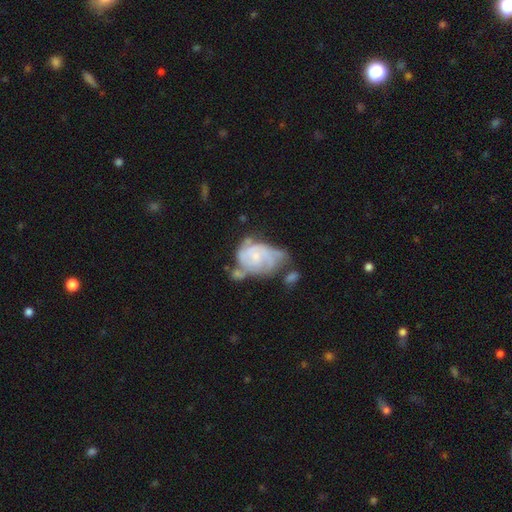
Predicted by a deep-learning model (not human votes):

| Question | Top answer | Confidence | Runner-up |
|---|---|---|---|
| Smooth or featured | featured or disk | 72% | smooth (22%) |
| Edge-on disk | no | 98% | yes (2%) |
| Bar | no | 71% | weak (25%) |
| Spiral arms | yes | 82% | no (18%) |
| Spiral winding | tight | 51% | medium (35%) |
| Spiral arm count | can't tell | 38% | 2 (28%) |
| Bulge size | small | 57% | moderate (24%) |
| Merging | major disturbance | 28% | minor disturbance (25%) |